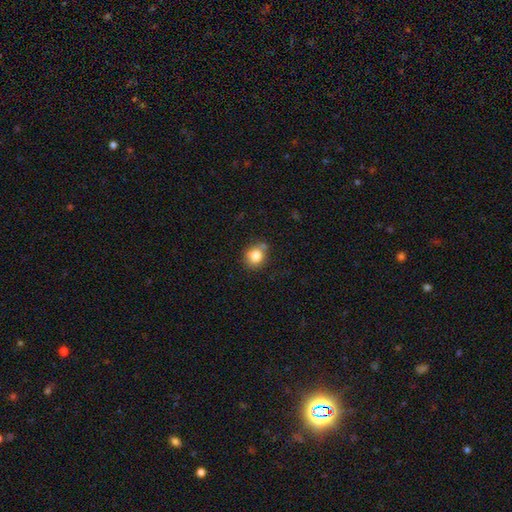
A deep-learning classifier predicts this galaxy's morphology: Q: Smooth or featured?
A: smooth (82%); runner-up: star or artifact (10%)
Q: How rounded?
A: round (72%); runner-up: in between (27%)
Q: Merging?
A: none (69%); runner-up: minor disturbance (19%)